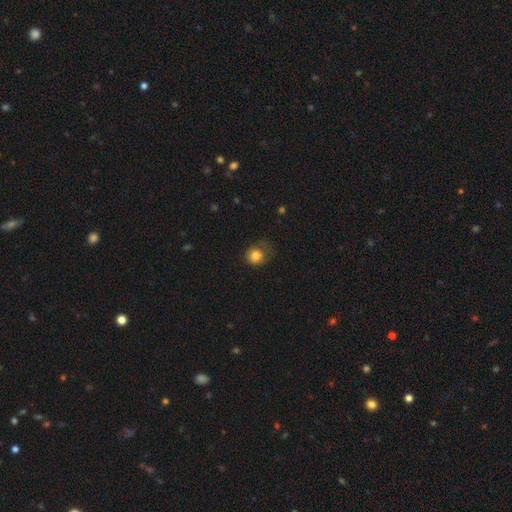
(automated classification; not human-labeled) smooth_or_featured: smooth (p=0.82) [alt: star or artifact p=0.10]
how_rounded: round (p=0.81) [alt: in between p=0.18]
merging: none (p=0.59) [alt: minor disturbance p=0.26]